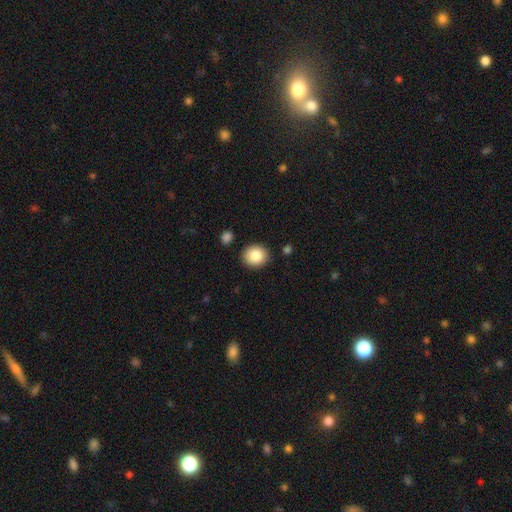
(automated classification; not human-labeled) Smooth or featured?
  - smooth: 84% *
  - star or artifact: 8%
  - featured or disk: 7%
How rounded?
  - round: 79% *
  - in between: 20%
  - cigar-shaped: 1%
Merging?
  - none: 87% *
  - minor disturbance: 8%
  - merger: 2%
  - major disturbance: 2%